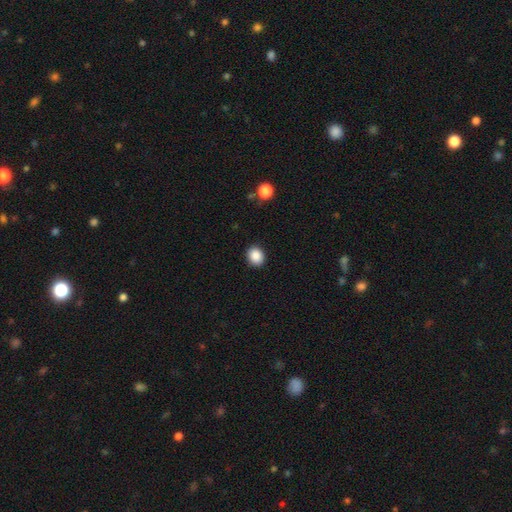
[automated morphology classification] type=smooth (88%); roundness=round (71%); merging=none (90%).